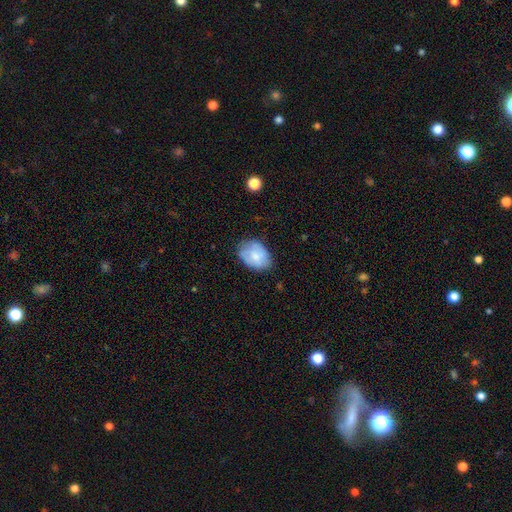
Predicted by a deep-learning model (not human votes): smooth-or-featured: smooth: 73% | featured or disk: 20% | star or artifact: 7%
  how-rounded: in between: 78% | round: 21% | cigar-shaped: 1%
  merging: none: 67% | minor disturbance: 25% | major disturbance: 6% | merger: 2%